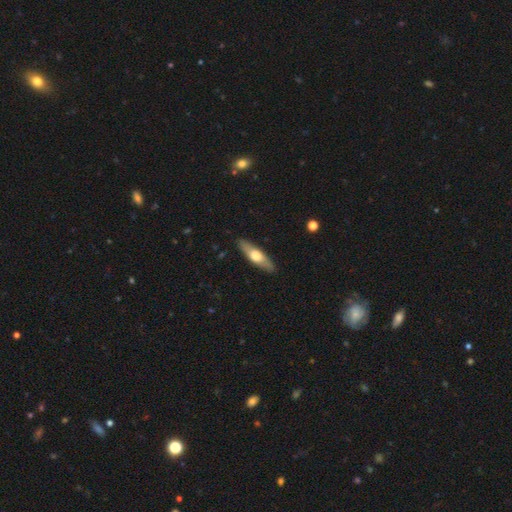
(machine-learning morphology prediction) type=smooth (50%); roundness=cigar-shaped (61%); merging=none (88%).